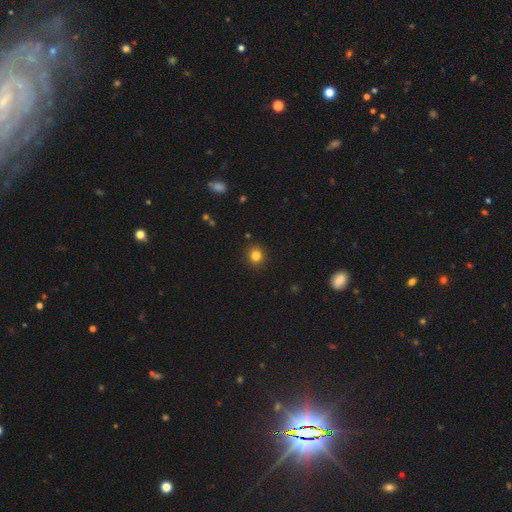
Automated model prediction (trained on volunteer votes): A smooth galaxy with no disk features (83%) that is round (87%).

Vote fractions:
- Smooth or featured? smooth: 83% / star or artifact: 12% / featured or disk: 5%
- How rounded? round: 87% / in between: 12% / cigar-shaped: 1%
- Merging? none: 90% / minor disturbance: 7% / major disturbance: 2% / merger: 1%